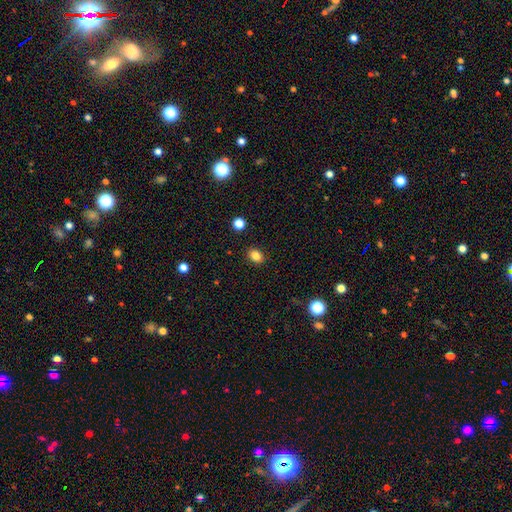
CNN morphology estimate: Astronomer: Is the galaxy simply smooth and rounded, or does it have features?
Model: smooth — 83%.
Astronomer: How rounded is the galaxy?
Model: in between — 58% (runner-up: round, 41%).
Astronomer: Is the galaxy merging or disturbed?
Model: none — 89%.